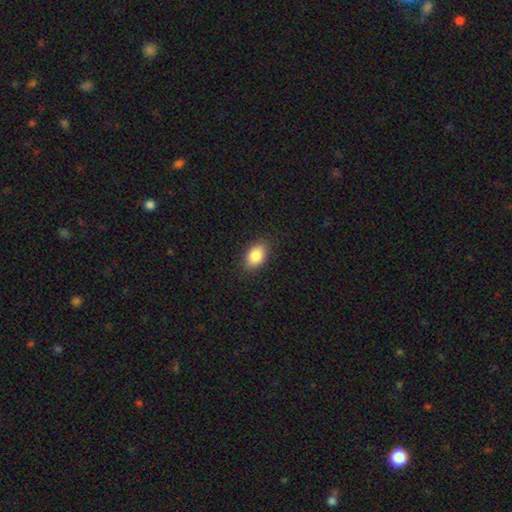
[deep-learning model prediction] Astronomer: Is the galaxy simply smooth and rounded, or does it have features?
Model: smooth — 87%.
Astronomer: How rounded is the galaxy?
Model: in between — 87%.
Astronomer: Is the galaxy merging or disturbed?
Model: none — 87%.